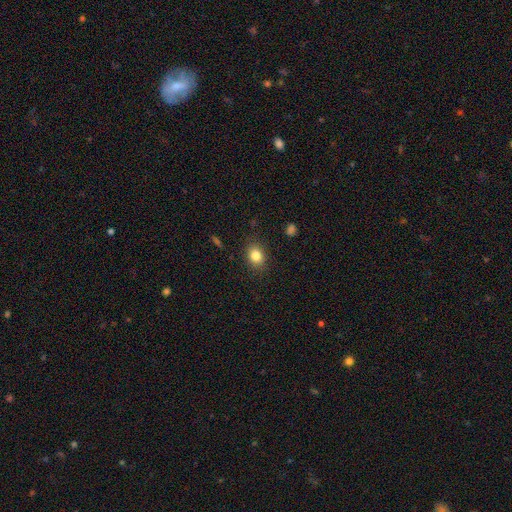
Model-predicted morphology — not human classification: A smooth galaxy with no disk features (82%) that is in between round and cigar-shaped (51%). Merging: none (86%).